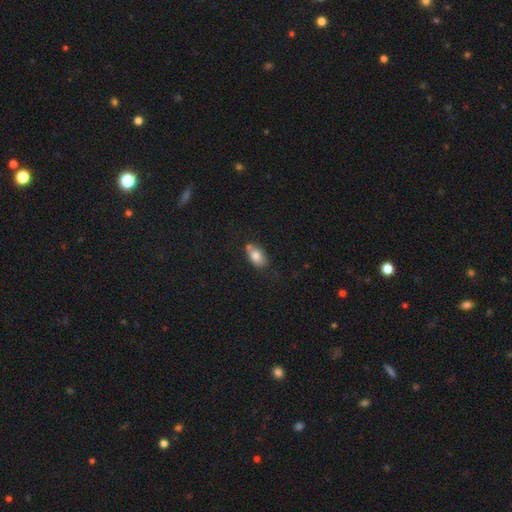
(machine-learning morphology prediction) Smooth or featured? smooth (79%)
How rounded? in between (89%)
Merging? none (65%)